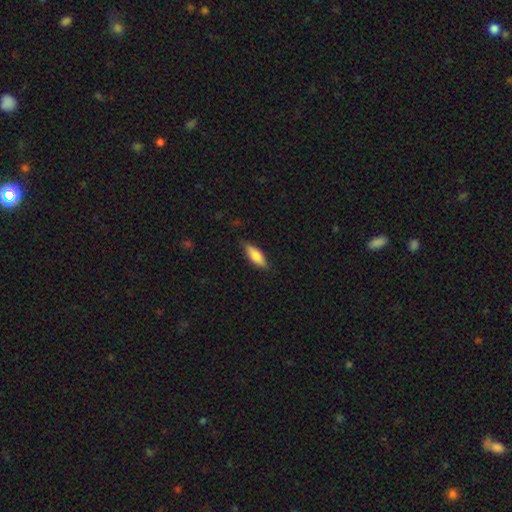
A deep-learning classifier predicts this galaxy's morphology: smooth-or-featured: smooth: 77% | featured or disk: 17% | star or artifact: 6%
  how-rounded: in between: 59% | cigar-shaped: 39% | round: 2%
  merging: none: 82% | minor disturbance: 14% | major disturbance: 3% | merger: 1%